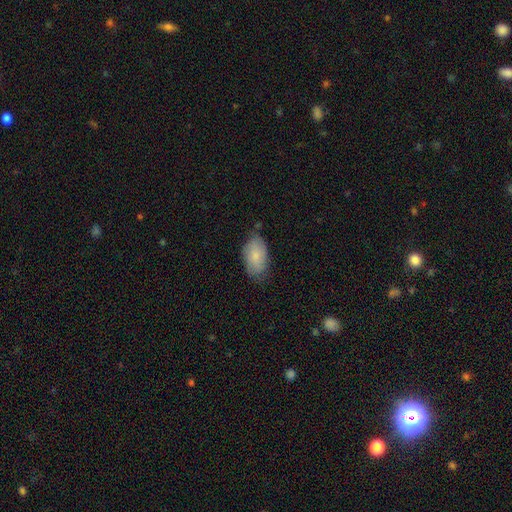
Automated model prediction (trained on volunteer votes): smooth 81%, featured or disk 13%, star or artifact 6%. Down the decision tree: how rounded — in between (94%); merging — none (68%).